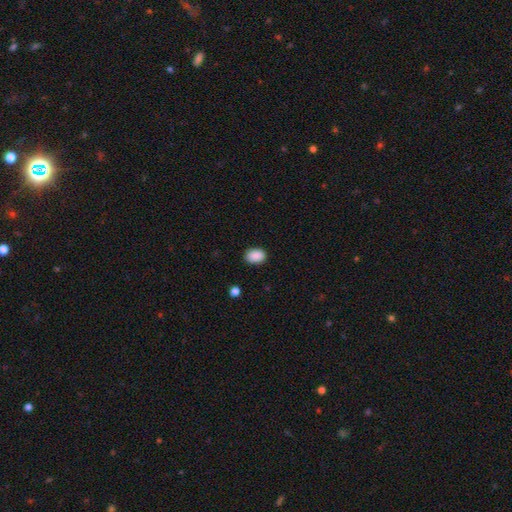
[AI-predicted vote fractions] A smooth galaxy with no disk features (90%) that is in between round and cigar-shaped (76%). Merging: none (88%).